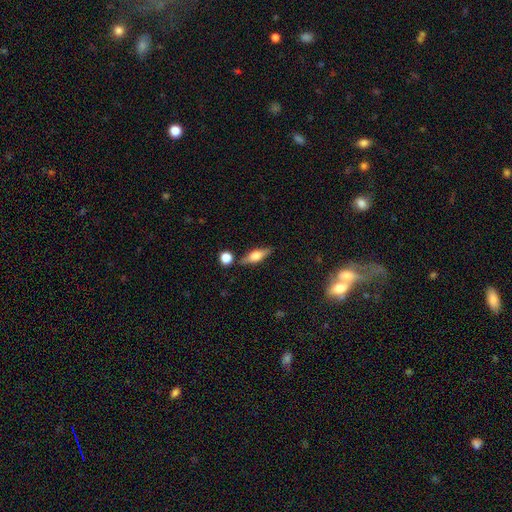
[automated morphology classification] type=smooth (48%); merging=none (79%).